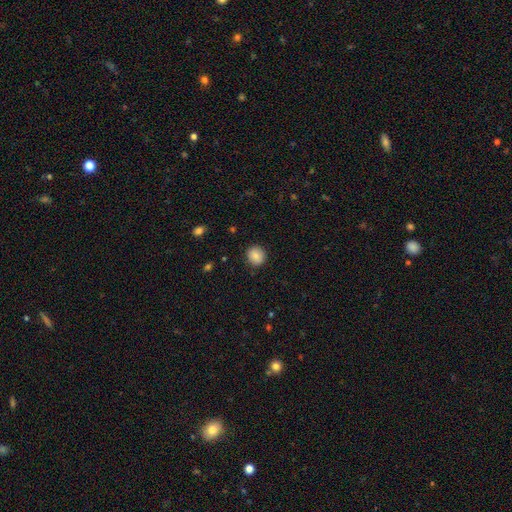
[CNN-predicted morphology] Smooth or featured: smooth — 84% (star or artifact — 9%)
How rounded: round — 85% (in between — 14%)
Merging: none — 89% (minor disturbance — 8%)